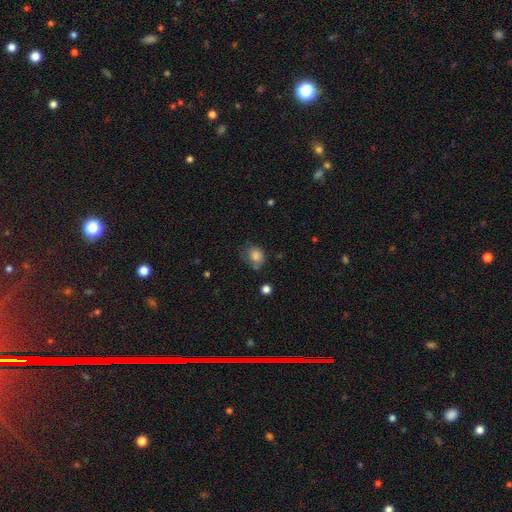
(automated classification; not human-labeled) smooth_or_featured: smooth (p=0.80) [alt: star or artifact p=0.10]
how_rounded: round (p=0.51) [alt: in between p=0.48]
merging: none (p=0.51) [alt: minor disturbance p=0.31]